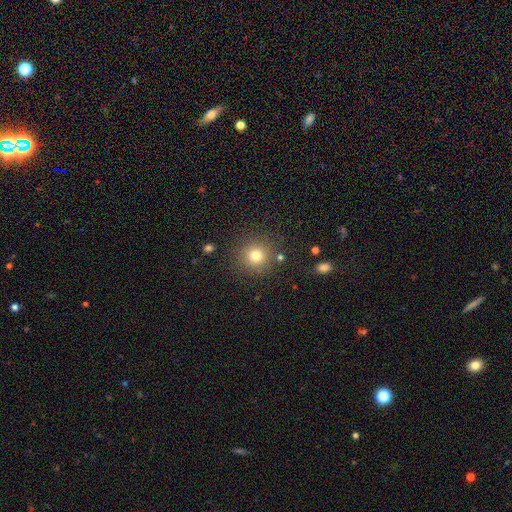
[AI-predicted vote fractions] Morphology: type=smooth (78%); roundness=round (94%); merging=none (86%).